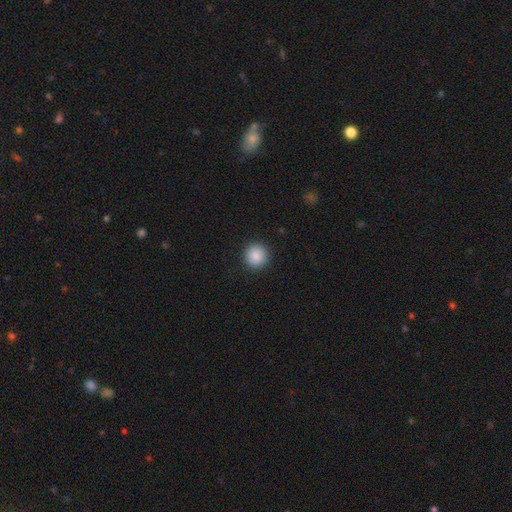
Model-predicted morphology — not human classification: This is clearly a smooth galaxy (89%). How rounded: clearly round (94%). Merging: clearly none (92%).